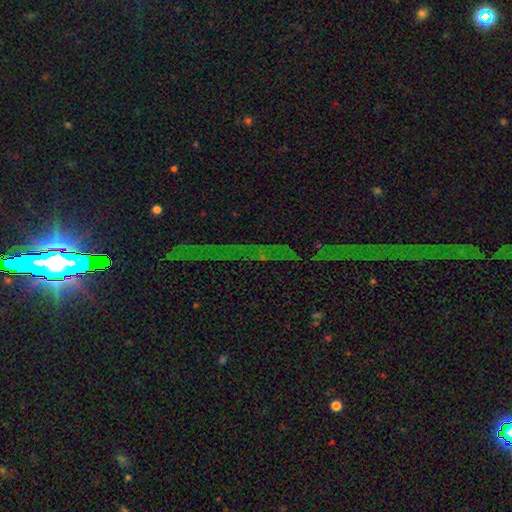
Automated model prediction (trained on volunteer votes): The model was most divided on "smooth or featured": star or artifact: 84%, featured or disk: 9%, smooth: 7%.